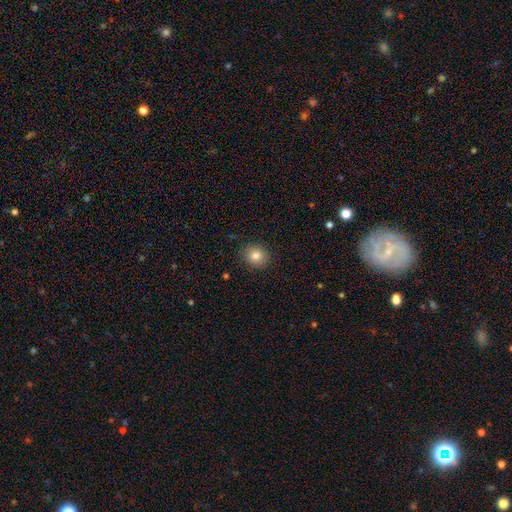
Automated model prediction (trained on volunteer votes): Smooth or featured? smooth (83%)
How rounded? round (83%)
Merging? none (90%)